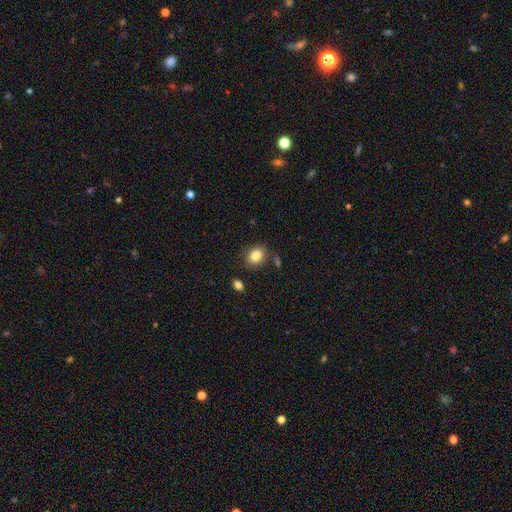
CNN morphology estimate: This appears to be a smooth galaxy with no disk features (83%) that is in between round and cigar-shaped (66%). Merging: none (81%).